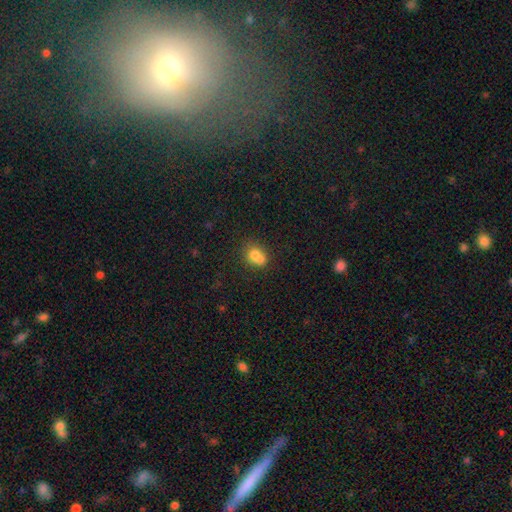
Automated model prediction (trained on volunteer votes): Smooth or featured: smooth — 71% (featured or disk — 17%)
How rounded: round — 57% (in between — 42%)
Merging: merger — 52% (none — 33%)